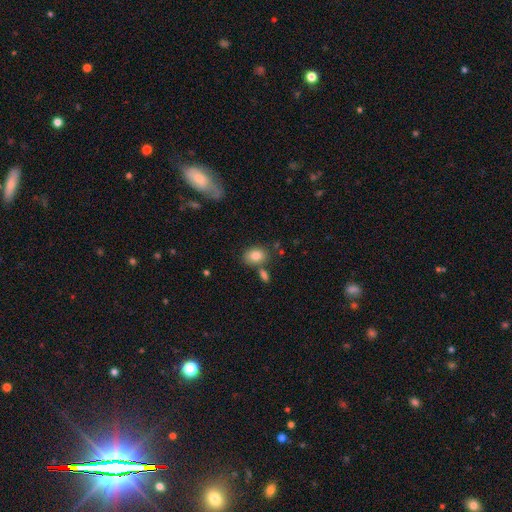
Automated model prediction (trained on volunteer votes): The model was most divided on "how rounded": in between: 72%, round: 27%, cigar-shaped: 1%. More confident: smooth or featured — smooth (82%); merging — none (70%).